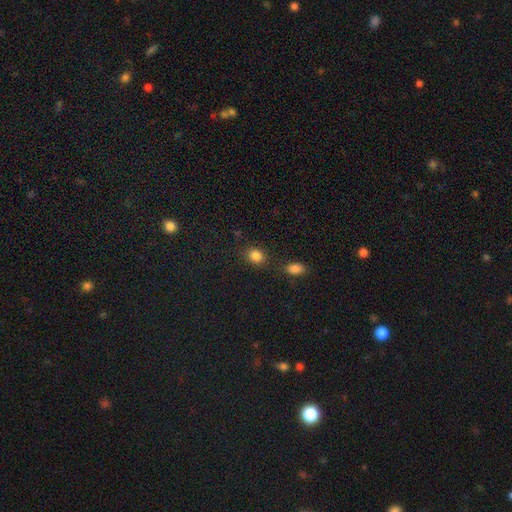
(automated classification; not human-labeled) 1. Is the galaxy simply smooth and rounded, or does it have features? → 85% smooth, 11% star or artifact, 4% featured or disk.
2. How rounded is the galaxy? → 59% round, 40% in between, 1% cigar-shaped.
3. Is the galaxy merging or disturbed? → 77% none, 11% minor disturbance, 9% merger, 4% major disturbance.